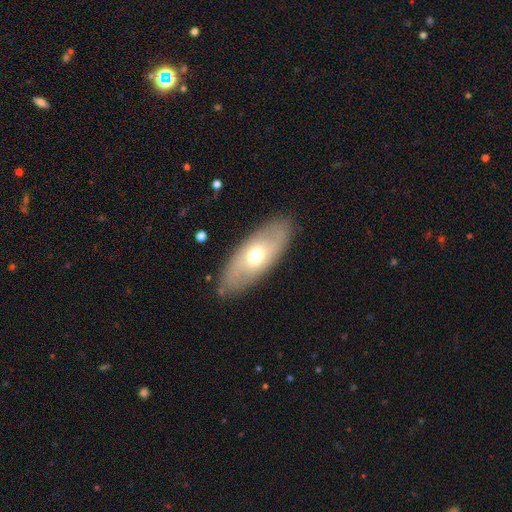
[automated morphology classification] A smooth galaxy with no disk features (49%).

Vote fractions:
- Smooth or featured? smooth: 49% / featured or disk: 45% / star or artifact: 6%
- Merging? none: 84% / minor disturbance: 11% / major disturbance: 3% / merger: 1%